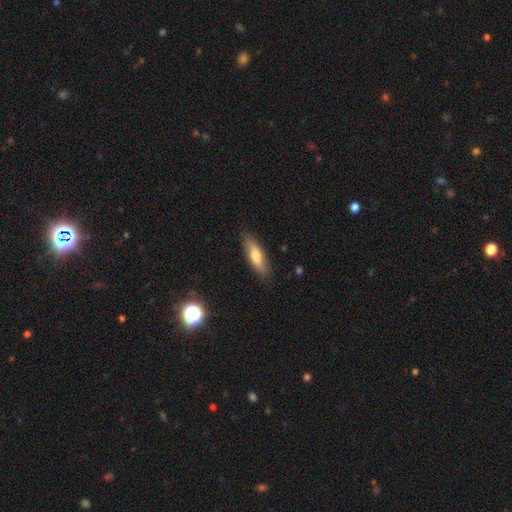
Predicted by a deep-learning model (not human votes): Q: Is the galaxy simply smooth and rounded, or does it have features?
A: smooth — 71%.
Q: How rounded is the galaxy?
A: cigar-shaped — 56%.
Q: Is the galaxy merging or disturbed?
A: none — 84%.